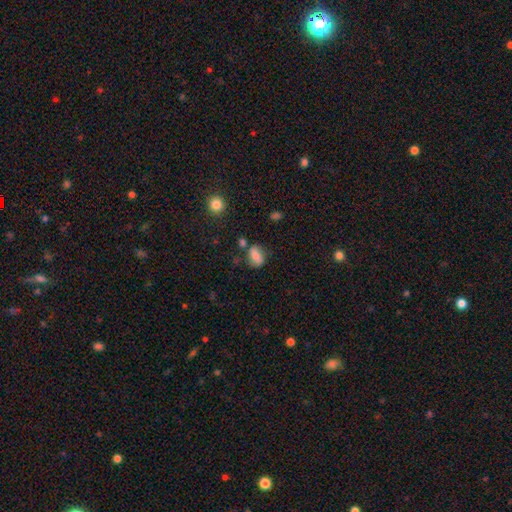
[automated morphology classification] A smooth galaxy with no disk features (75%) that is in between round and cigar-shaped (78%). Merging: none (63%).